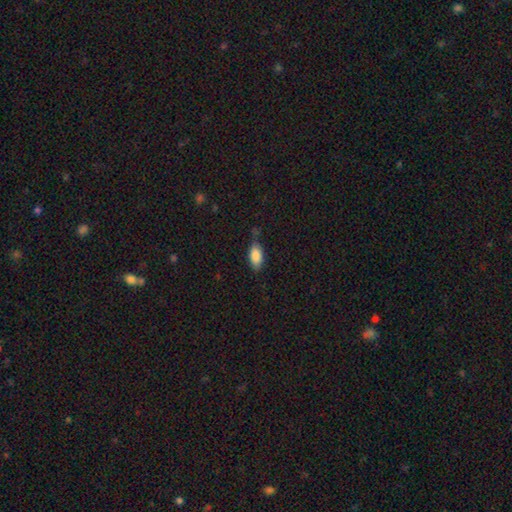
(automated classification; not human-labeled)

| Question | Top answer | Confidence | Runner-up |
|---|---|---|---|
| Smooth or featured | smooth | 86% | featured or disk (7%) |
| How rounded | in between | 90% | cigar-shaped (7%) |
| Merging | none | 69% | minor disturbance (23%) |